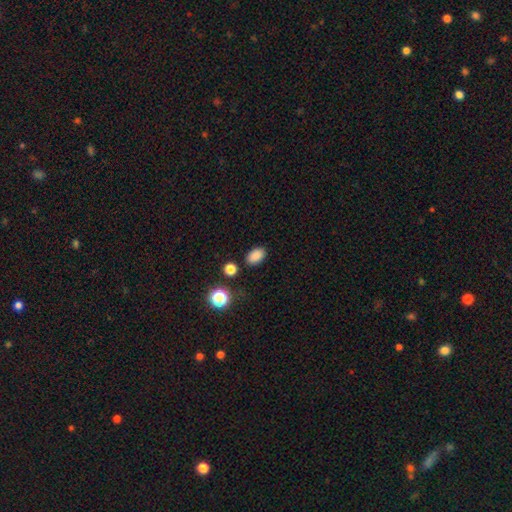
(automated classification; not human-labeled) This appears to be a smooth galaxy with no disk features (85%) that is in between round and cigar-shaped (86%). Merging: none (84%).